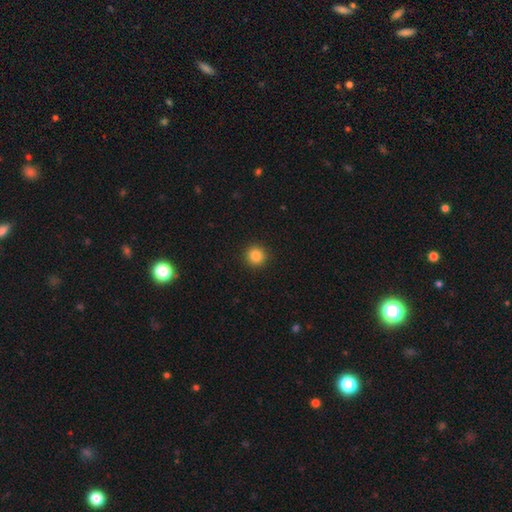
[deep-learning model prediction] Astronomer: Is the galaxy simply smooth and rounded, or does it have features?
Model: smooth — 85%.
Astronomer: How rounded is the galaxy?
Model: round — 94%.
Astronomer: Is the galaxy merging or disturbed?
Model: none — 93%.